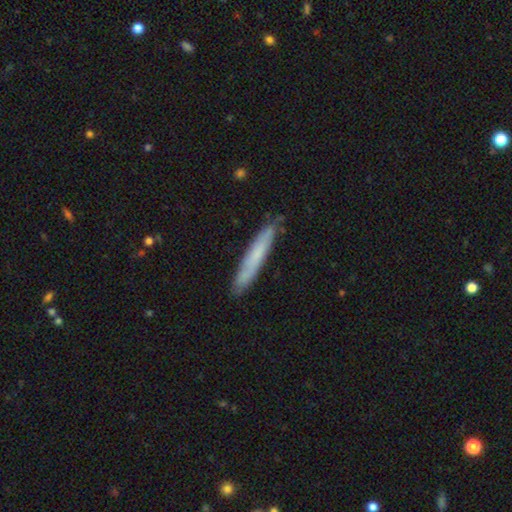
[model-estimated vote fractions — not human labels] Smooth or featured? smooth (62%)
How rounded? cigar-shaped (95%)
Merging? none (84%)